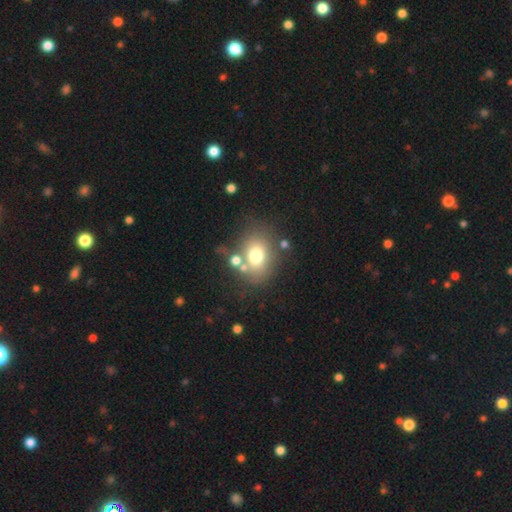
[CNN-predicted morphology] Q: Smooth or featured?
A: smooth (70%); runner-up: featured or disk (17%)
Q: How rounded?
A: in between (52%); runner-up: round (47%)
Q: Merging?
A: none (62%); runner-up: merger (16%)